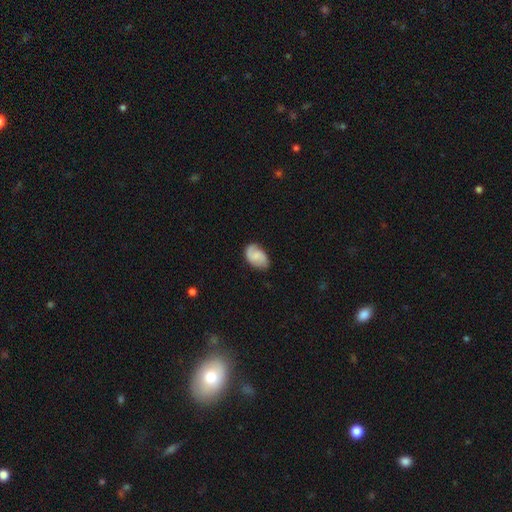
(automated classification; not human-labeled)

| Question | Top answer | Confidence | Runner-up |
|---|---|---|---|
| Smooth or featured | smooth | 47% | featured or disk (45%) |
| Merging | none | 66% | minor disturbance (25%) |